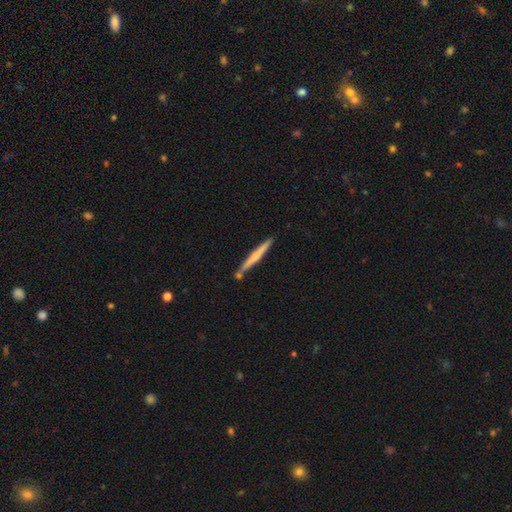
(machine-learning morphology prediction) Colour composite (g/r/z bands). It shows a smooth galaxy with no disk features (48%). Merging: none (80%).